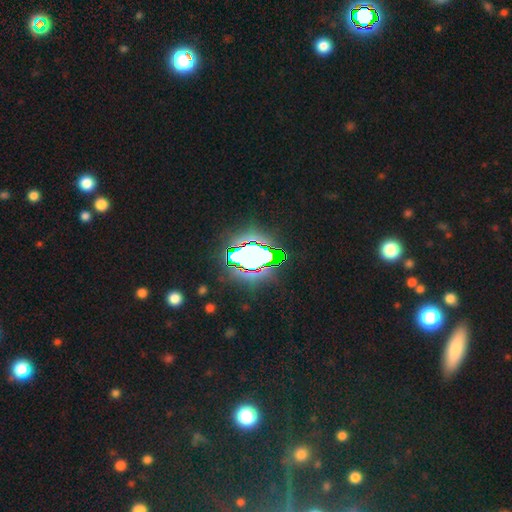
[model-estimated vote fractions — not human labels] smooth_or_featured: star or artifact (p=0.68) [alt: smooth p=0.18]